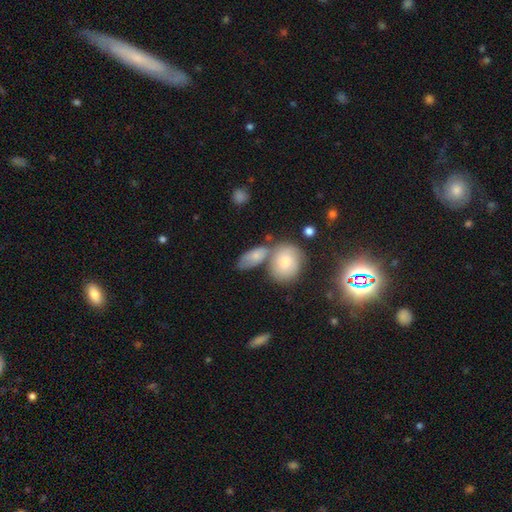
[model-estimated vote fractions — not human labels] This is likely a smooth galaxy (72%). How rounded: clearly in between (82%). Merging: marginally none (40%).